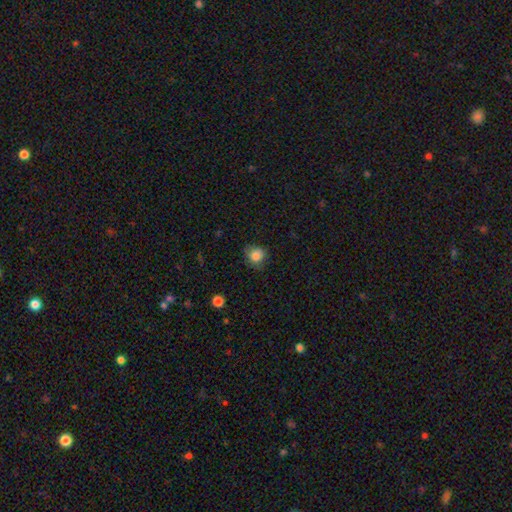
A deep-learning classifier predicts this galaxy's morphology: smooth_or_featured: smooth (p=0.84) [alt: star or artifact p=0.10]
how_rounded: round (p=0.80) [alt: in between p=0.19]
merging: none (p=0.70) [alt: minor disturbance p=0.24]